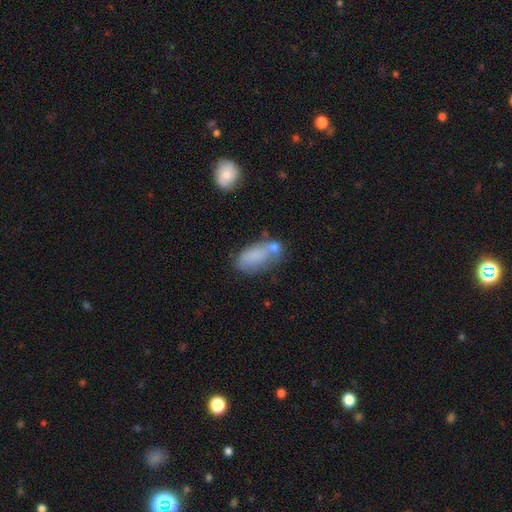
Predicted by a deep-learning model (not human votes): Q: Smooth or featured?
A: smooth (74%); runner-up: featured or disk (17%)
Q: How rounded?
A: in between (86%); runner-up: cigar-shaped (10%)
Q: Merging?
A: none (40%); runner-up: merger (25%)